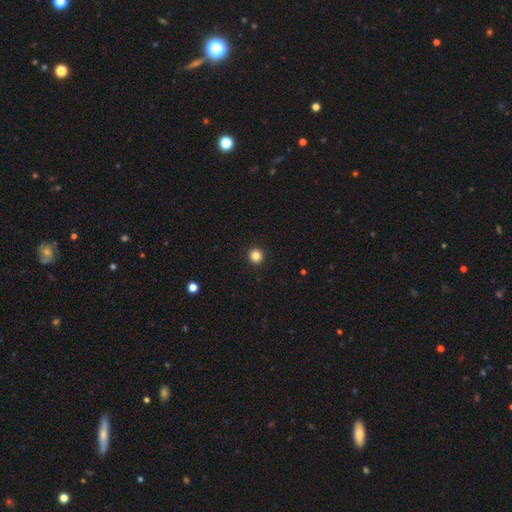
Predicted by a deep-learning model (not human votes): smooth 85%, star or artifact 11%, featured or disk 4%. Down the decision tree: how rounded — round (95%); merging — none (94%).